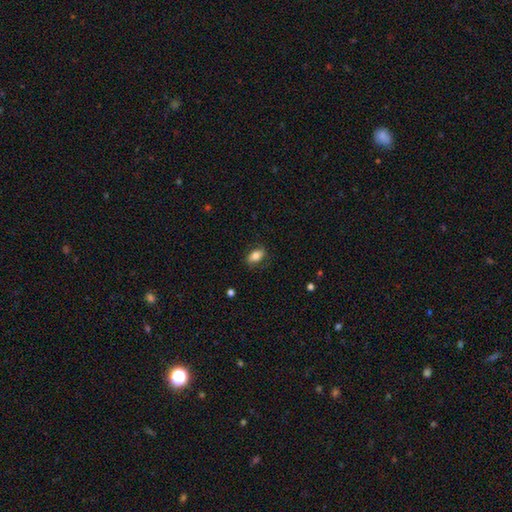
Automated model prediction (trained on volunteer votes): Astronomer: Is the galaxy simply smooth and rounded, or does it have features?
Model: smooth — 76%.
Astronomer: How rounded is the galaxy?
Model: in between — 88%.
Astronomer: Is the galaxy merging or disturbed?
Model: none — 77%.